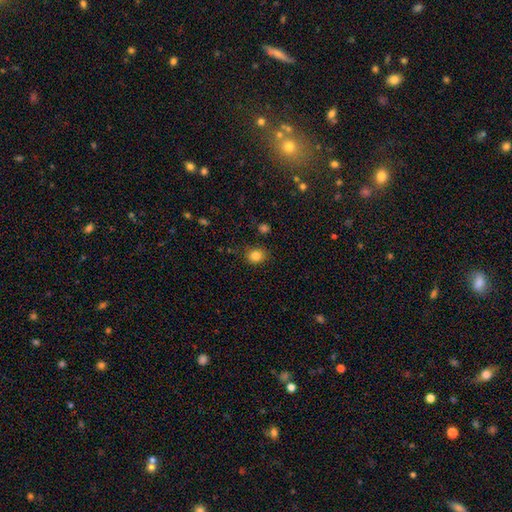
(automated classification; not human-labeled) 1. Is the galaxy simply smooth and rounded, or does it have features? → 83% smooth, 11% star or artifact, 5% featured or disk.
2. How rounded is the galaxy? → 66% round, 33% in between, 1% cigar-shaped.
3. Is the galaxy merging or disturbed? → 84% none, 11% minor disturbance, 3% major disturbance, 2% merger.